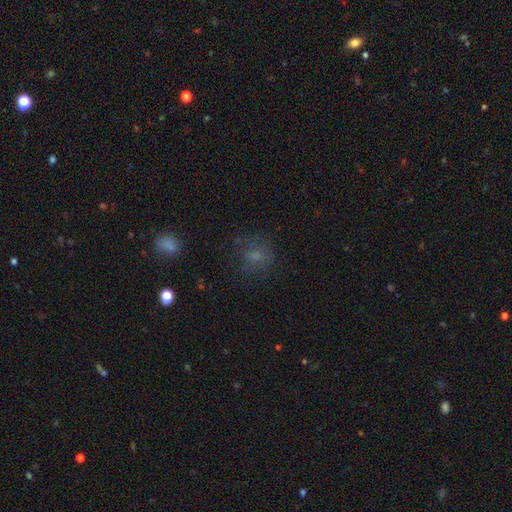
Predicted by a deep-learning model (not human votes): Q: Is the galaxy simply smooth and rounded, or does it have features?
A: smooth — 64%.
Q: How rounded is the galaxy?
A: round — 73%.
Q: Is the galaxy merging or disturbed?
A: none — 68%.